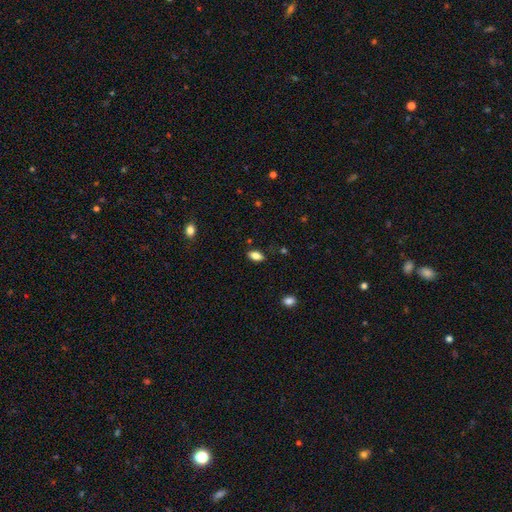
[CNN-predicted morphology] A smooth galaxy with no disk features (82%) that is in between round and cigar-shaped (87%).

Vote fractions:
- Smooth or featured? smooth: 82% / featured or disk: 9% / star or artifact: 9%
- How rounded? in between: 87% / cigar-shaped: 8% / round: 4%
- Merging? none: 84% / minor disturbance: 12% / major disturbance: 3% / merger: 1%